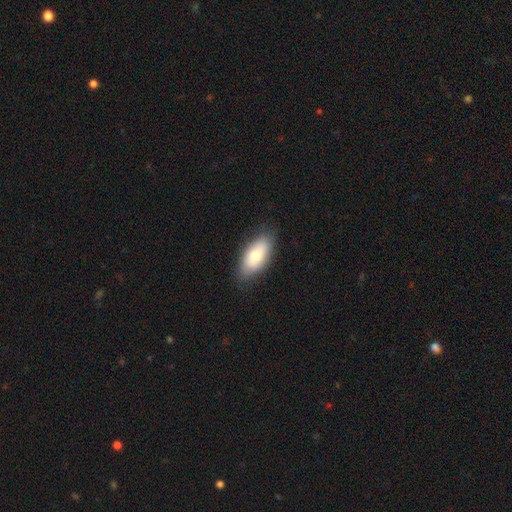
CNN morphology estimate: A smooth galaxy with no disk features (75%) that is in between round and cigar-shaped (89%). Merging: none (82%).